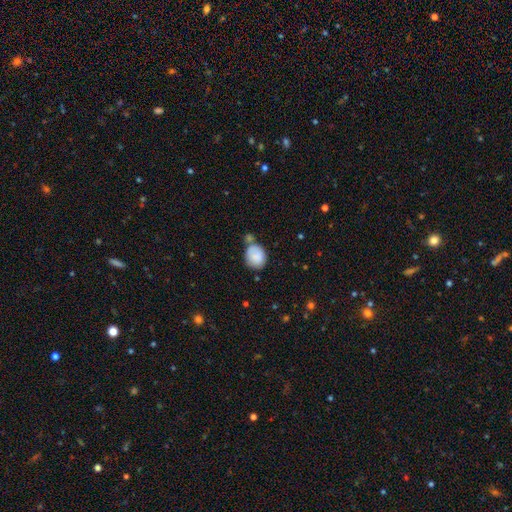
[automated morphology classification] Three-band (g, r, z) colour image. It shows a smooth galaxy with no disk features (84%) that is round (50%). Merging: none (49%).